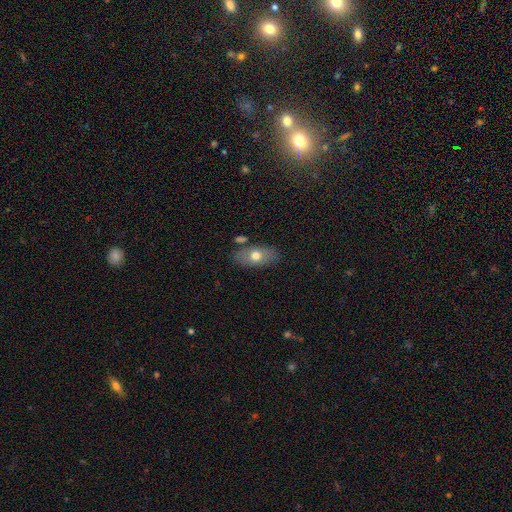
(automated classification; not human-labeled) Morphology: type=smooth (67%); roundness=in between (89%); merging=none (78%).